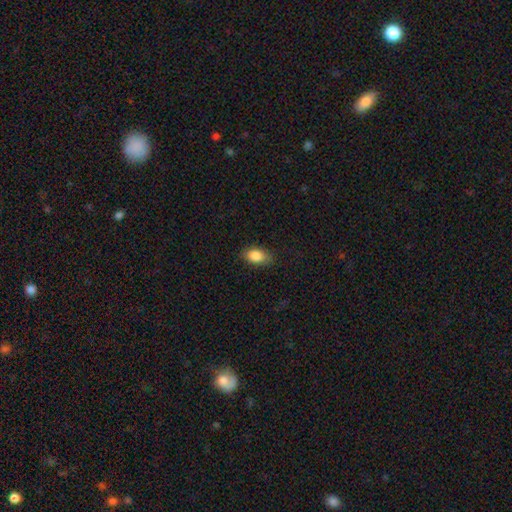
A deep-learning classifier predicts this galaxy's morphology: Overall: smooth (86%). How rounded: in between (87%). Merging: none (81%).